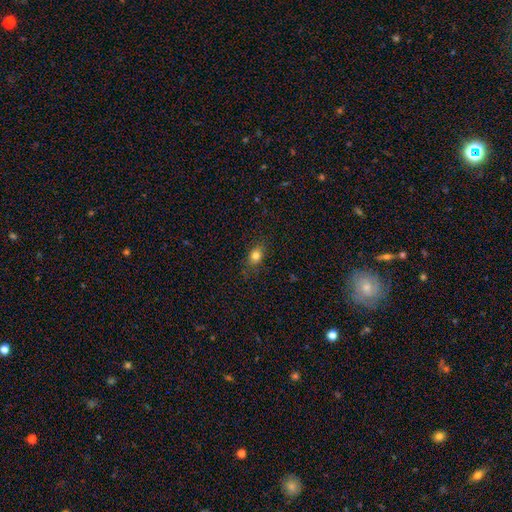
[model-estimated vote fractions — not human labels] This is likely a smooth galaxy (80%). How rounded: likely in between (61%). Merging: clearly none (81%).